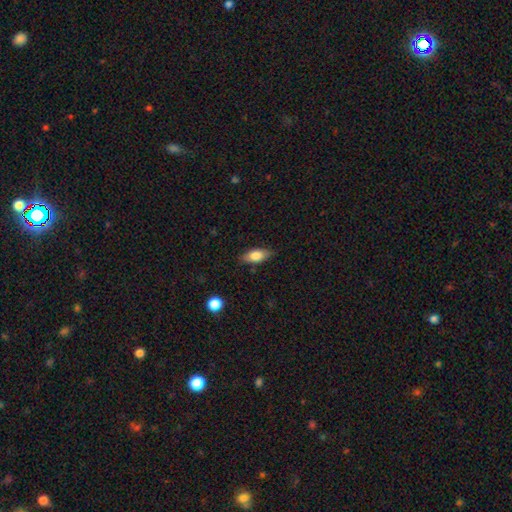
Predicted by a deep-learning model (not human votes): Q: Smooth or featured?
A: smooth (77%); runner-up: featured or disk (16%)
Q: How rounded?
A: in between (83%); runner-up: cigar-shaped (13%)
Q: Merging?
A: none (81%); runner-up: minor disturbance (14%)